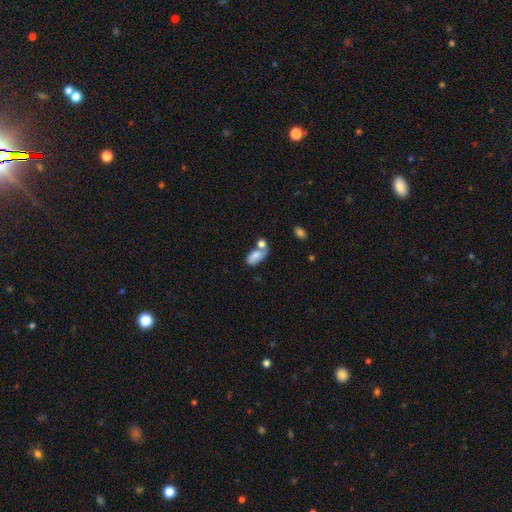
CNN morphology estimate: Smooth or featured? smooth (76%)
How rounded? in between (92%)
Merging? merger (46%)